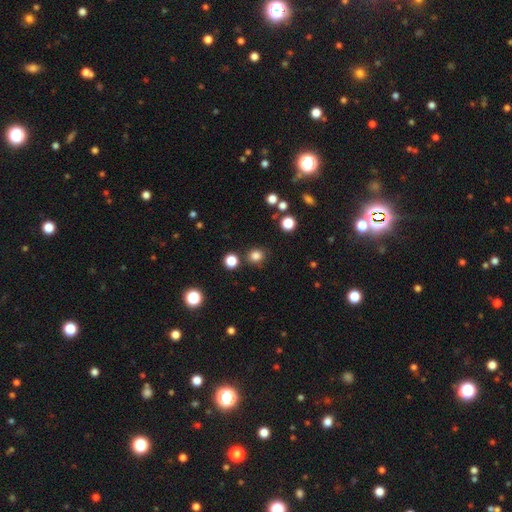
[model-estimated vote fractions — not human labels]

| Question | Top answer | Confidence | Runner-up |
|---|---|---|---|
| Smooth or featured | smooth | 82% | star or artifact (14%) |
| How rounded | round | 88% | in between (11%) |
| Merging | none | 86% | minor disturbance (8%) |